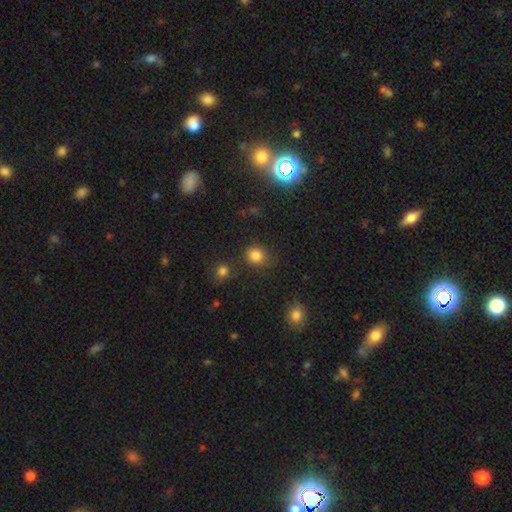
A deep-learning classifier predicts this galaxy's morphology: The model was most divided on "how rounded": round: 76%, in between: 23%, cigar-shaped: 1%. More confident: smooth or featured — smooth (82%); merging — none (75%).